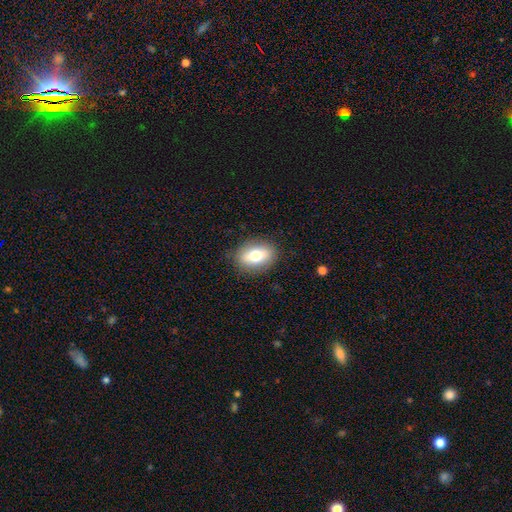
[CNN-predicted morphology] This appears to be a smooth galaxy with no disk features (72%) that is in between round and cigar-shaped (80%). Merging: none (85%).